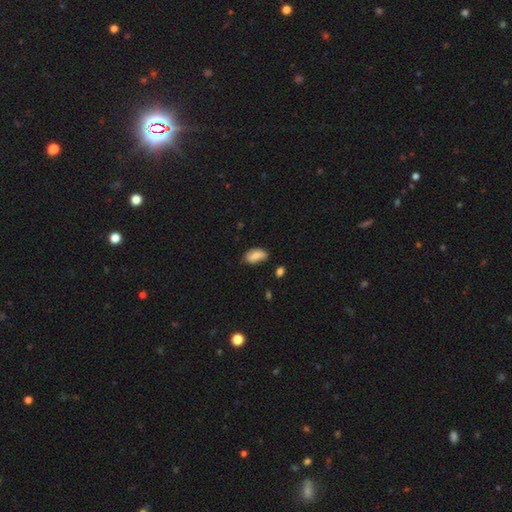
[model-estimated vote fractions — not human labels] The model was most divided on "merging": none: 61%, minor disturbance: 30%, major disturbance: 6%, merger: 3%. More confident: how rounded — in between (91%); smooth or featured — smooth (79%).